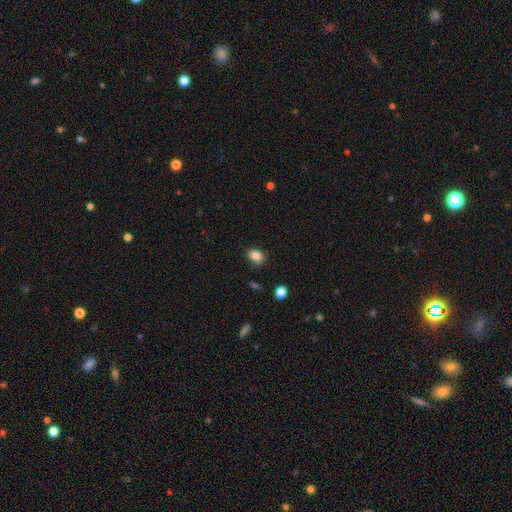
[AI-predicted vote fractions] A smooth galaxy with no disk features (85%) that is in between round and cigar-shaped (61%).

Vote fractions:
- Smooth or featured? smooth: 85% / star or artifact: 10% / featured or disk: 5%
- How rounded? in between: 61% / round: 38% / cigar-shaped: 1%
- Merging? none: 79% / minor disturbance: 16% / major disturbance: 3% / merger: 2%